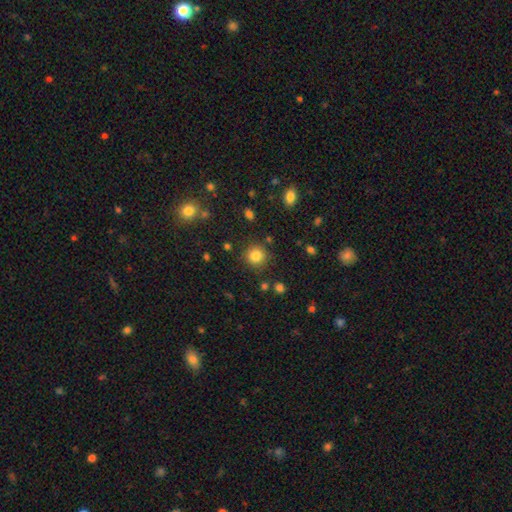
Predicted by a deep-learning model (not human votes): Smooth or featured? Predicted: smooth (p=0.82). How rounded? Predicted: round (p=0.93). Merging? Predicted: none (p=0.87).